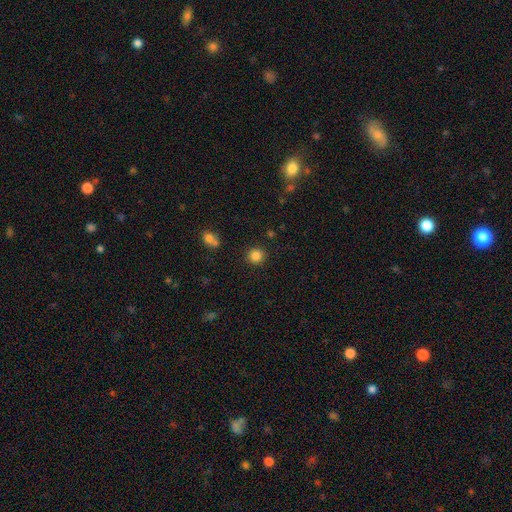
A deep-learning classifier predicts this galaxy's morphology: This is clearly a smooth galaxy (85%). How rounded: clearly round (93%). Merging: clearly none (89%).